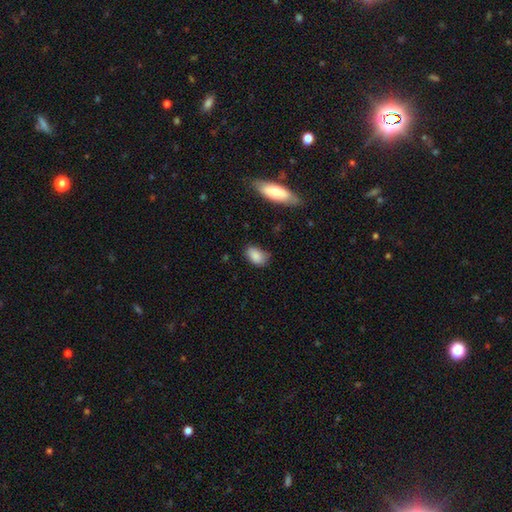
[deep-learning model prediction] Q: Smooth or featured?
A: smooth (86%); runner-up: star or artifact (8%)
Q: How rounded?
A: in between (88%); runner-up: round (10%)
Q: Merging?
A: none (64%); runner-up: minor disturbance (28%)